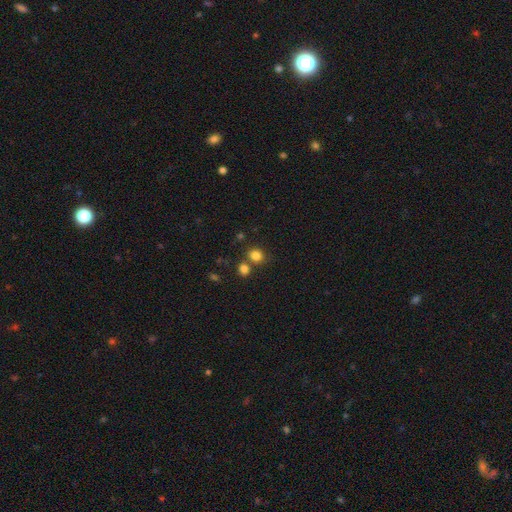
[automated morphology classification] Smooth or featured? Predicted: smooth (p=0.82). How rounded? Predicted: round (p=0.77). Merging? Predicted: none (p=0.67).